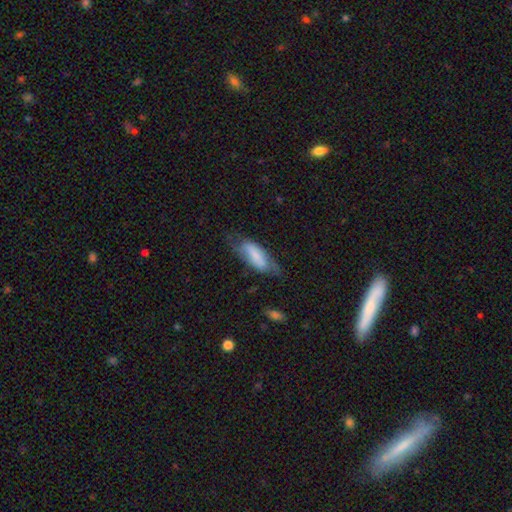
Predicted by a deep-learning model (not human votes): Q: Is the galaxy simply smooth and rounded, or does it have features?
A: smooth — 58%.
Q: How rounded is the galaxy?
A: in between — 75%.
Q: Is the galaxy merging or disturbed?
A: none — 48%.